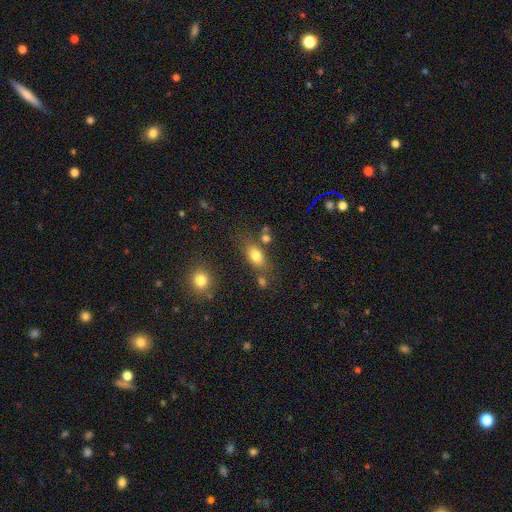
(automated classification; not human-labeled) A smooth galaxy with no disk features (77%) that is in between round and cigar-shaped (81%).

Vote fractions:
- Smooth or featured? smooth: 77% / featured or disk: 12% / star or artifact: 11%
- How rounded? in between: 81% / round: 12% / cigar-shaped: 7%
- Merging? none: 66% / minor disturbance: 15% / merger: 13% / major disturbance: 6%